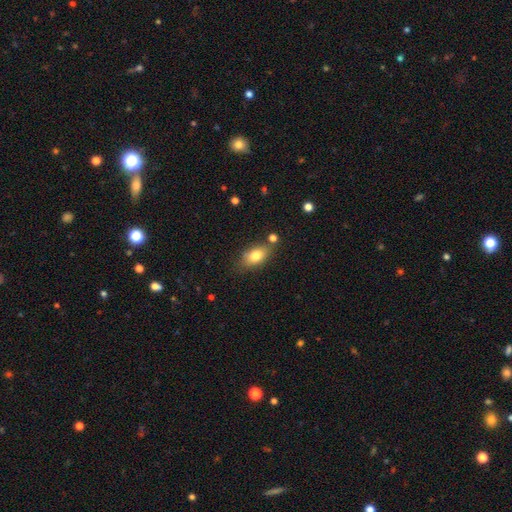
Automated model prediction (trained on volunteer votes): Morphology: type=smooth (79%); roundness=in between (86%); merging=none (72%).